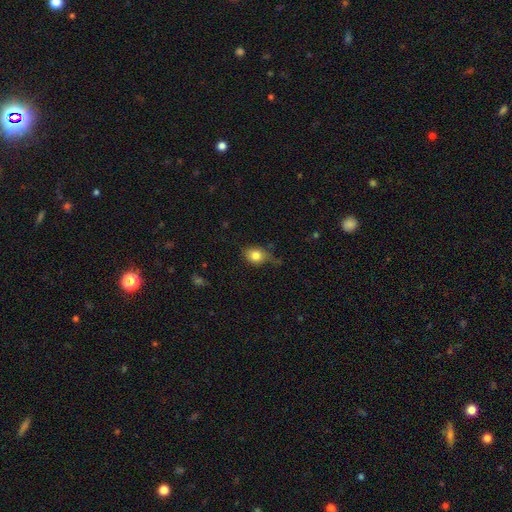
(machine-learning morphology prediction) smooth_or_featured: smooth (p=0.80) [alt: featured or disk p=0.11]
how_rounded: in between (p=0.50) [alt: round p=0.49]
merging: none (p=0.54) [alt: minor disturbance p=0.33]